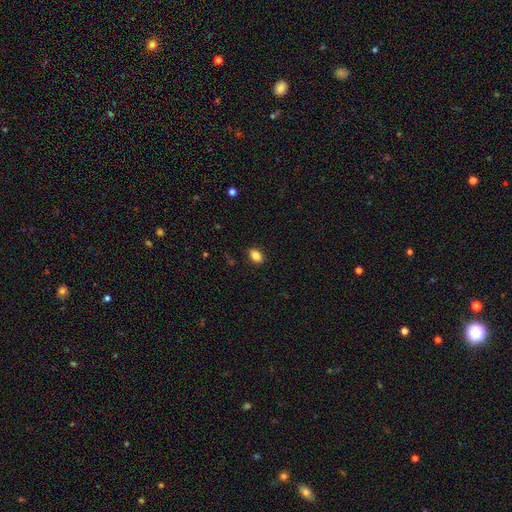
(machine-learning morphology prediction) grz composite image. It shows a smooth galaxy with no disk features (85%) that is in between round and cigar-shaped (81%). Merging: none (87%).